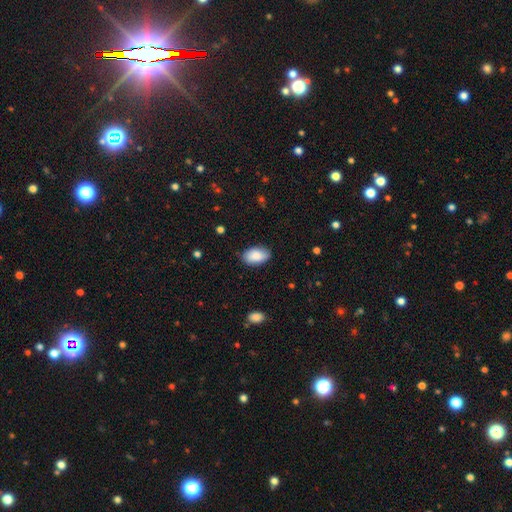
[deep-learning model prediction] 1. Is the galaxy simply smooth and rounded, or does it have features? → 87% smooth, 7% featured or disk, 6% star or artifact.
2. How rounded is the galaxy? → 93% in between, 6% round, 1% cigar-shaped.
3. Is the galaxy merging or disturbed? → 82% none, 14% minor disturbance, 3% major disturbance, 1% merger.